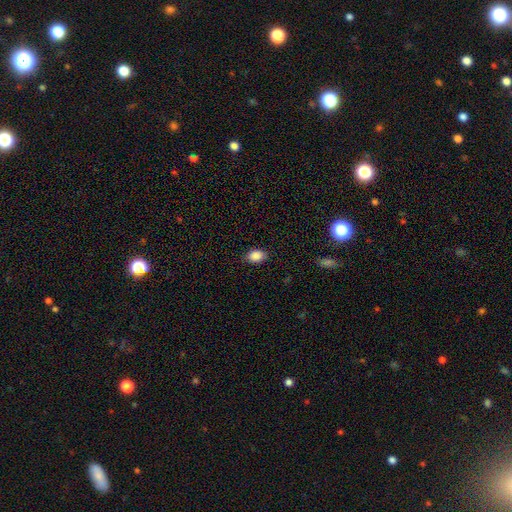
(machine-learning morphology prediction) Smooth or featured? Predicted: smooth (p=0.88). How rounded? Predicted: in between (p=0.81). Merging? Predicted: none (p=0.84).